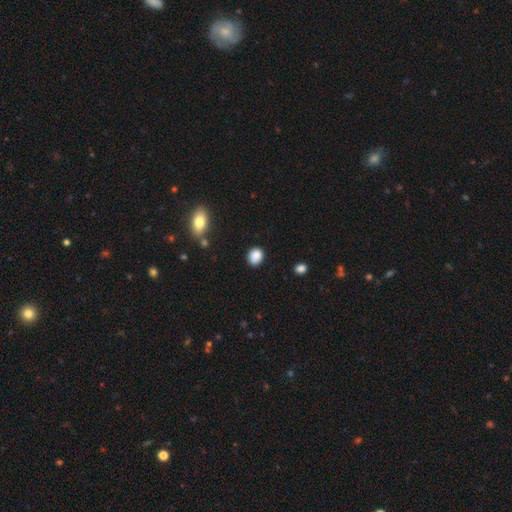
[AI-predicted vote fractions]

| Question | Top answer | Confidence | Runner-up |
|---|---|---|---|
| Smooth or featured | smooth | 87% | star or artifact (9%) |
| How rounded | round | 60% | in between (39%) |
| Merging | none | 79% | minor disturbance (16%) |